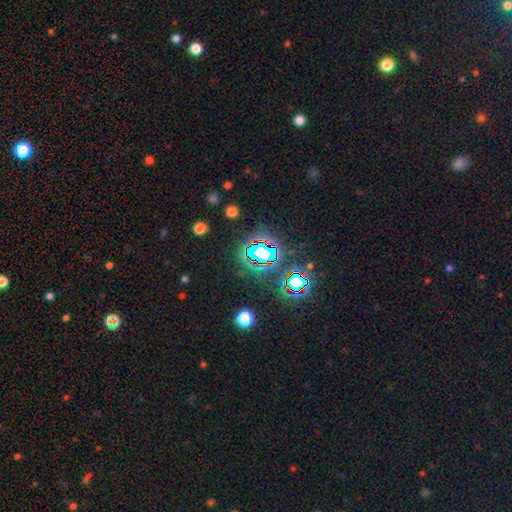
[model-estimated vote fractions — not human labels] The model was most divided on "smooth or featured": star or artifact: 81%, smooth: 11%, featured or disk: 8%.